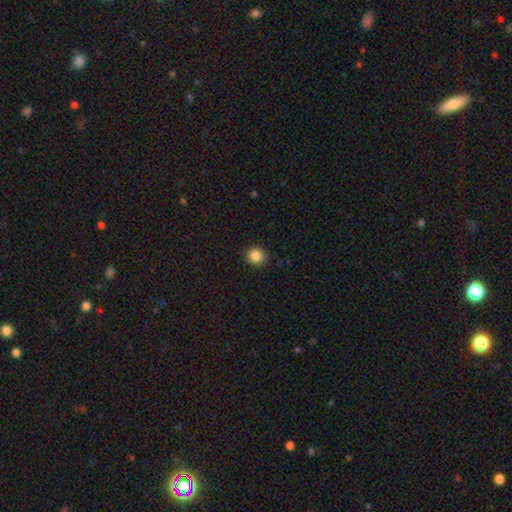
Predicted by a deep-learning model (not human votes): A smooth galaxy with no disk features (85%) that is round (87%).

Vote fractions:
- Smooth or featured? smooth: 85% / star or artifact: 10% / featured or disk: 5%
- How rounded? round: 87% / in between: 12% / cigar-shaped: 1%
- Merging? none: 91% / minor disturbance: 7% / major disturbance: 2% / merger: 1%